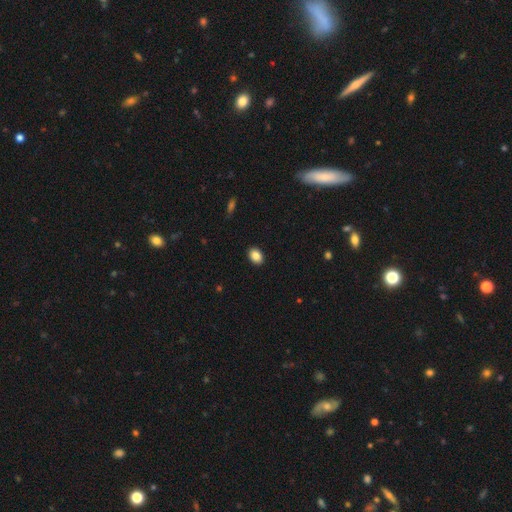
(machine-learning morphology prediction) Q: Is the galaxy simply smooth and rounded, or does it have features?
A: smooth — 87%.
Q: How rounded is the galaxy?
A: in between — 73%.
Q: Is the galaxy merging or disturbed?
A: none — 91%.